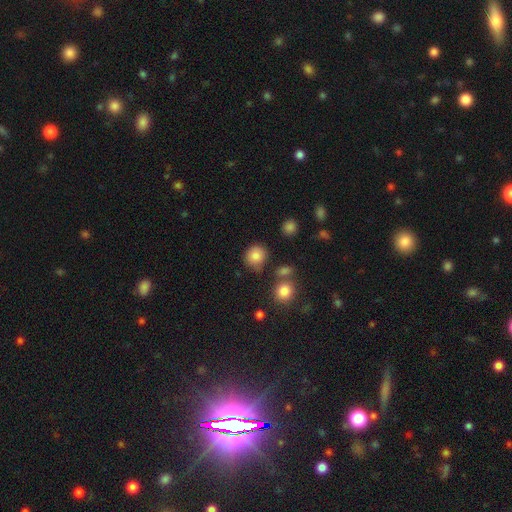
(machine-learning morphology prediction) This is clearly a smooth galaxy (83%). How rounded: clearly round (84%). Merging: likely none (77%).